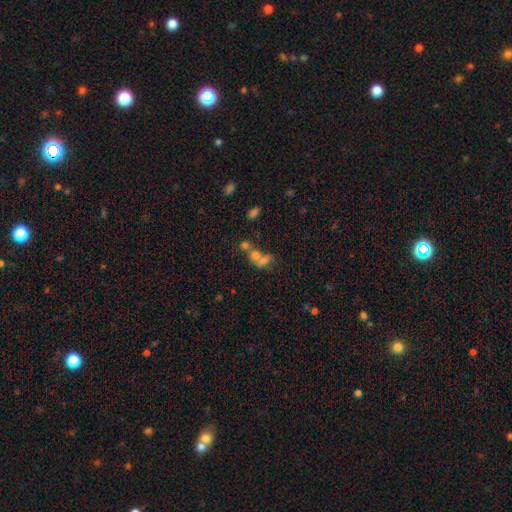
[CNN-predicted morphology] type=smooth (62%); roundness=in between (52%); merging=merger (63%).